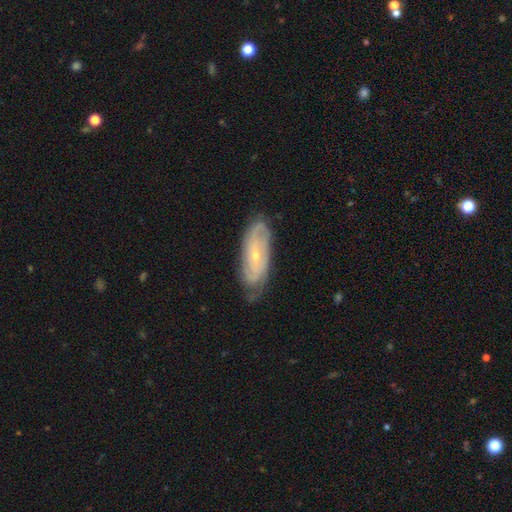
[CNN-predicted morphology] smooth_or_featured: featured or disk (p=0.78) [alt: smooth p=0.17]
disk_edge_on: no (p=0.90) [alt: yes p=0.10]
bar: no (p=0.71) [alt: weak p=0.23]
has_spiral_arms: yes (p=0.91) [alt: no p=0.09]
spiral_winding: tight (p=0.64) [alt: medium p=0.28]
spiral_arm_count: can't tell (p=0.39) [alt: 2 p=0.37]
bulge_size: small (p=0.76) [alt: moderate p=0.21]
merging: none (p=0.72) [alt: minor disturbance p=0.22]